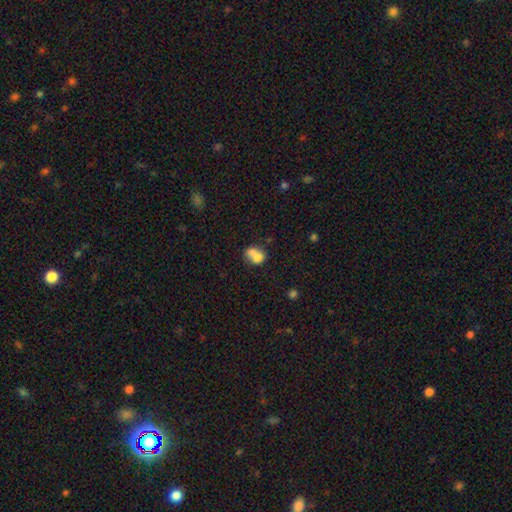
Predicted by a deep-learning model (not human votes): A smooth galaxy with no disk features (70%) that is in between round and cigar-shaped (50%).

Vote fractions:
- Smooth or featured? smooth: 70% / featured or disk: 20% / star or artifact: 10%
- How rounded? in between: 50% / round: 49% / cigar-shaped: 1%
- Merging? merger: 62% / none: 25% / minor disturbance: 9% / major disturbance: 5%